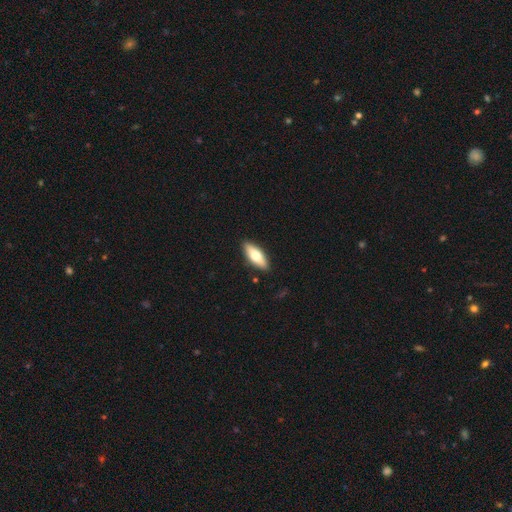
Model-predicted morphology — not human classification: Smooth or featured?
  - smooth: 65% *
  - featured or disk: 29%
  - star or artifact: 5%
How rounded?
  - in between: 67% *
  - cigar-shaped: 31%
  - round: 2%
Merging?
  - none: 89% *
  - minor disturbance: 8%
  - major disturbance: 2%
  - merger: 1%